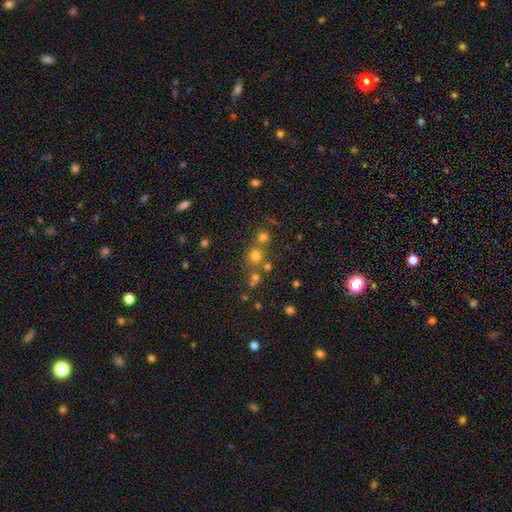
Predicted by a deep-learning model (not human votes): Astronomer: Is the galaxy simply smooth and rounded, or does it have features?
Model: smooth — 63%.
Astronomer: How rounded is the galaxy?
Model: round — 88%.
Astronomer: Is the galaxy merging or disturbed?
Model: none — 62%.